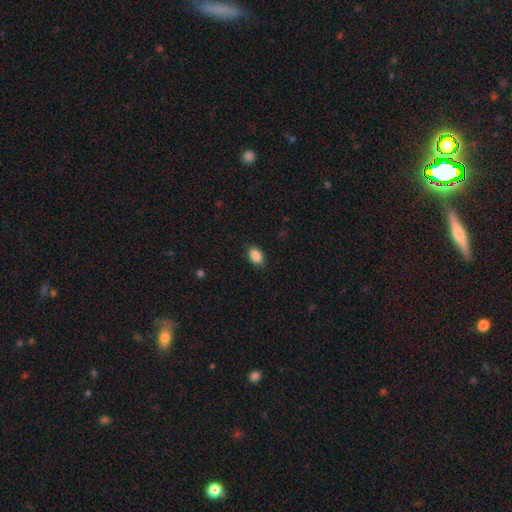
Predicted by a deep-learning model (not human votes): Smooth or featured? Predicted: smooth (p=0.88). How rounded? Predicted: in between (p=0.83). Merging? Predicted: none (p=0.86).